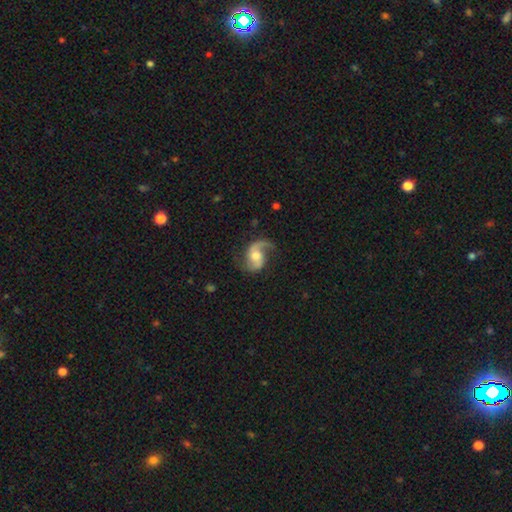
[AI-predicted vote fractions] A featured or disk galaxy (85%) with no bar (50%), 2 (74%) loose (52%) spiral arms (97%) and a moderate central bulge (58%). Merging: none (63%).